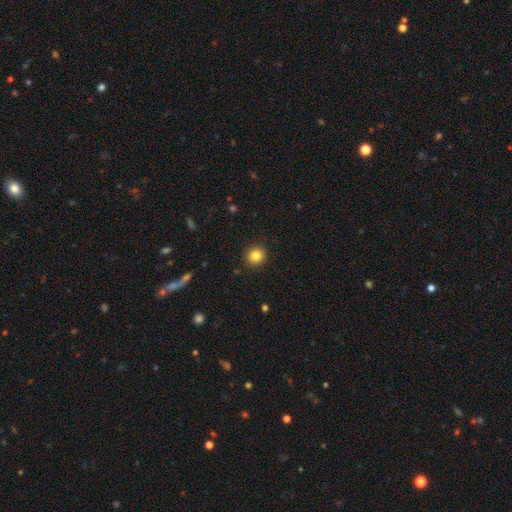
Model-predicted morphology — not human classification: Q: Smooth or featured?
A: smooth (84%); runner-up: star or artifact (11%)
Q: How rounded?
A: round (88%); runner-up: in between (11%)
Q: Merging?
A: none (91%); runner-up: minor disturbance (6%)